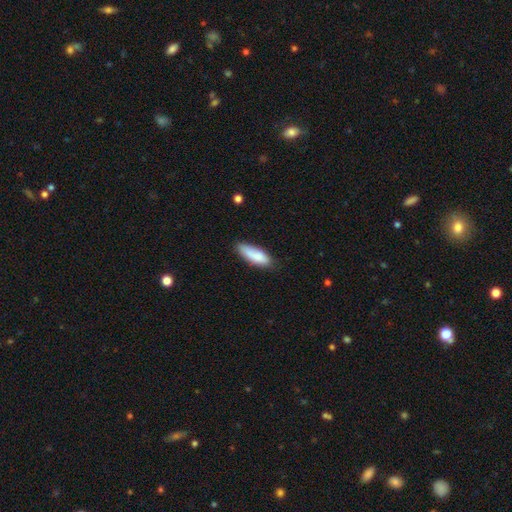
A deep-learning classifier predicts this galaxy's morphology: Smooth or featured? smooth (83%)
How rounded? in between (57%)
Merging? none (70%)